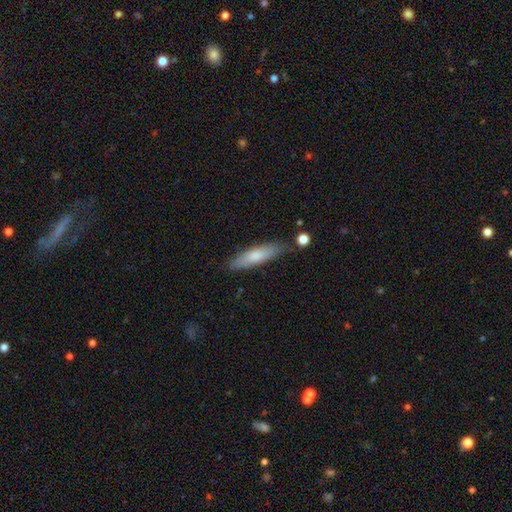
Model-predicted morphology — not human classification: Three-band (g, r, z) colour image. It shows a smooth galaxy with no disk features (74%) that is cigar-shaped (73%). Merging: none (78%).